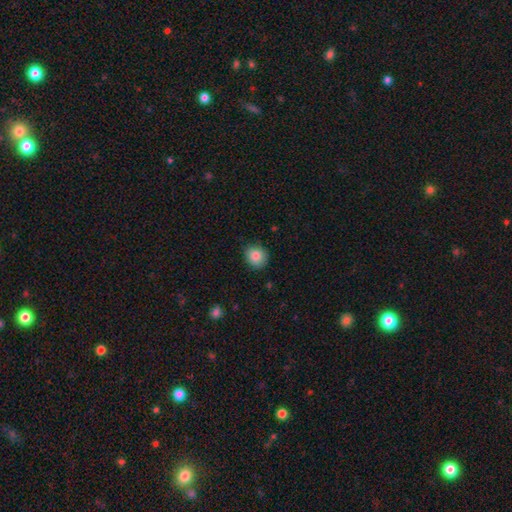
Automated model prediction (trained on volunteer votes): Q: Smooth or featured?
A: smooth (85%); runner-up: star or artifact (9%)
Q: How rounded?
A: round (82%); runner-up: in between (17%)
Q: Merging?
A: none (85%); runner-up: minor disturbance (11%)